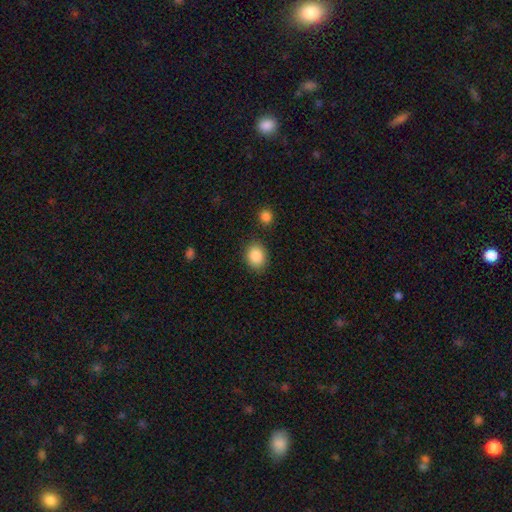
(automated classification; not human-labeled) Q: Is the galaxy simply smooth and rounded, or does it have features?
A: smooth — 88%.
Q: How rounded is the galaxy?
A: round — 52%.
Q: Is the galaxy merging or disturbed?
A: none — 83%.